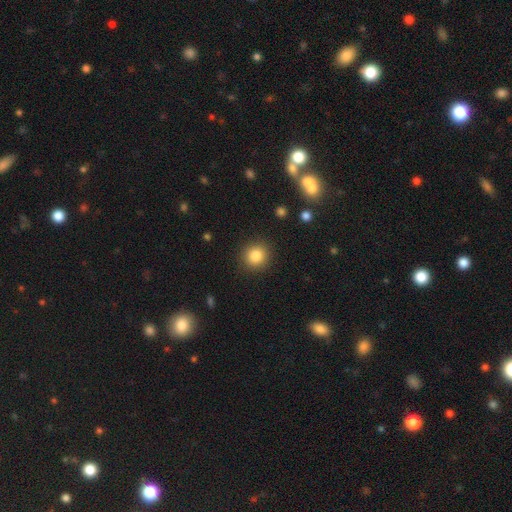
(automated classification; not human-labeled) A smooth galaxy with no disk features (84%) that is round (89%).

Vote fractions:
- Smooth or featured? smooth: 84% / star or artifact: 11% / featured or disk: 6%
- How rounded? round: 89% / in between: 10% / cigar-shaped: 1%
- Merging? none: 90% / minor disturbance: 6% / major disturbance: 3% / merger: 1%